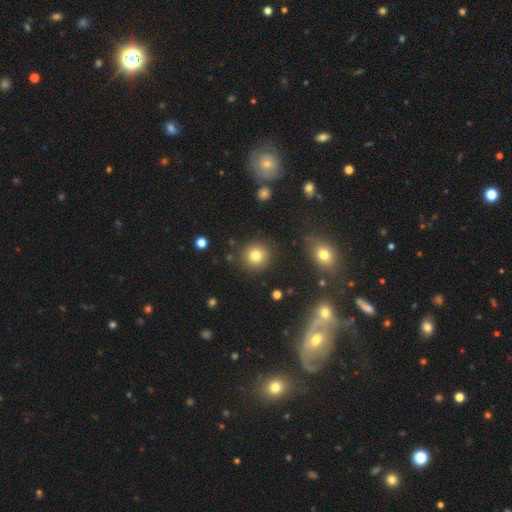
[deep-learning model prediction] Morphology: type=smooth (79%); roundness=round (92%); merging=none (88%).